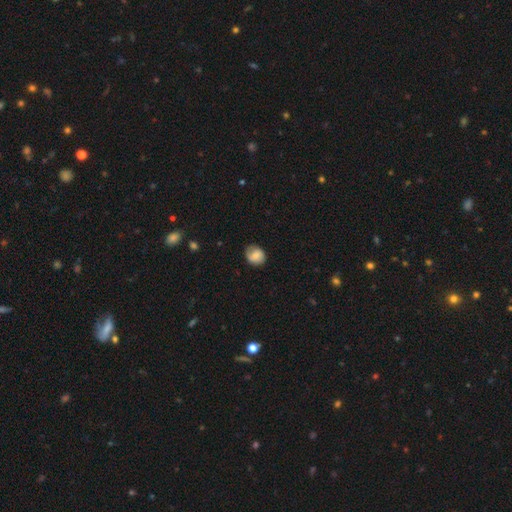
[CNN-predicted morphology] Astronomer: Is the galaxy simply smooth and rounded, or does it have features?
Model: smooth — 70%.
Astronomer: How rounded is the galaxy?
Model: round — 69%.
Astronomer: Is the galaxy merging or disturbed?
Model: none — 70%.